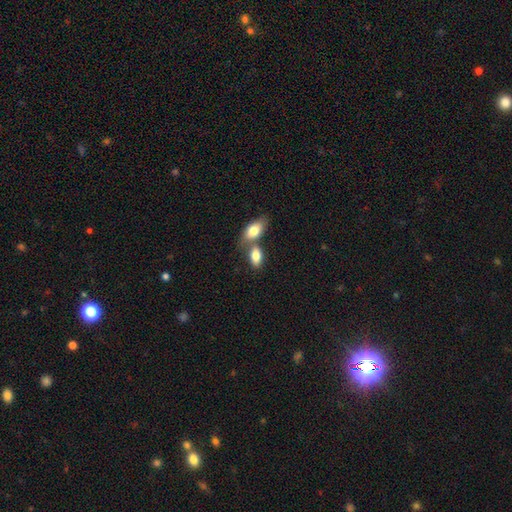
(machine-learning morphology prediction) Smooth or featured? Predicted: smooth (p=0.80). How rounded? Predicted: in between (p=0.89). Merging? Predicted: merger (p=0.54).